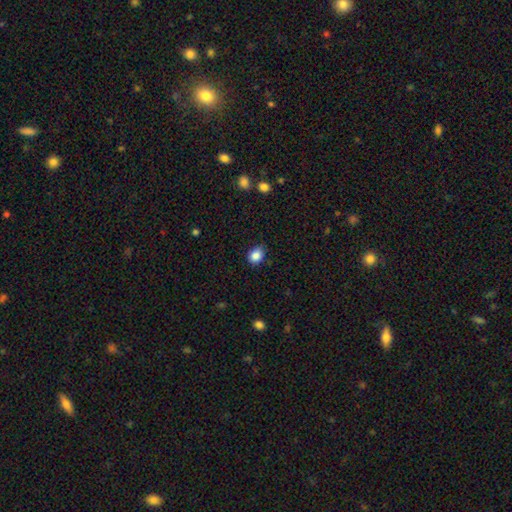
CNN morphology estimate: Smooth or featured? smooth (86%)
How rounded? round (53%)
Merging? none (78%)